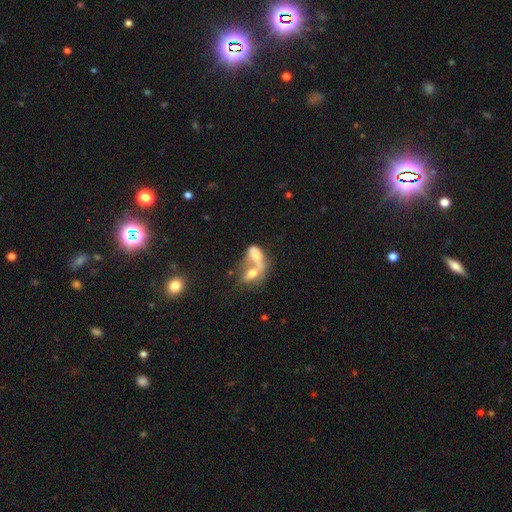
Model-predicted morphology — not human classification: A smooth galaxy with no disk features (57%) that is in between round and cigar-shaped (78%). Merging: merger (78%).